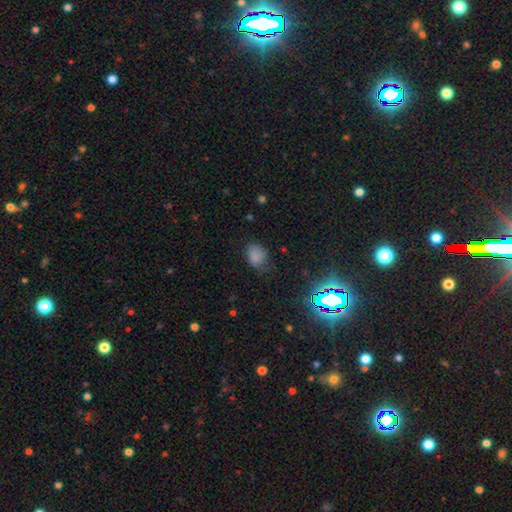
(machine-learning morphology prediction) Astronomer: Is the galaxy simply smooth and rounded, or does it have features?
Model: smooth — 76%.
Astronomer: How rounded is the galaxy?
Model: in between — 67%.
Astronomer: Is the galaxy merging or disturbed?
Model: none — 55% (runner-up: minor disturbance, 32%).